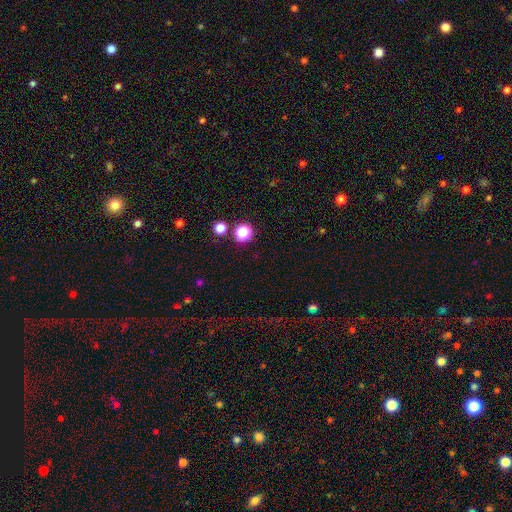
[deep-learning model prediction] Overall: star or artifact (49%; smooth 45%).